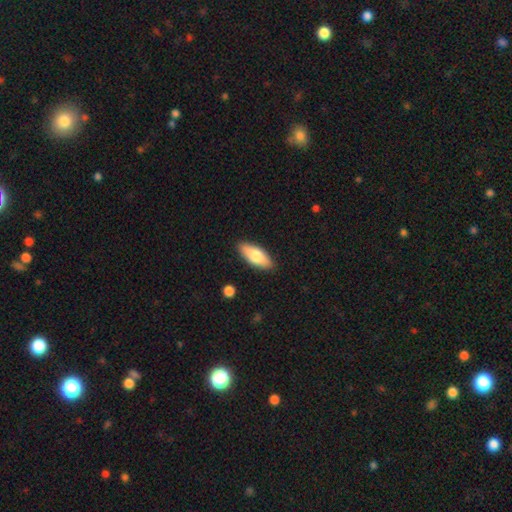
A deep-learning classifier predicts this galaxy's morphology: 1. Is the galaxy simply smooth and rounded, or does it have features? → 74% smooth, 20% featured or disk, 6% star or artifact.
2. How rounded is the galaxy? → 80% in between, 18% cigar-shaped, 2% round.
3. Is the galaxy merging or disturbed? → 89% none, 8% minor disturbance, 2% major disturbance, 1% merger.